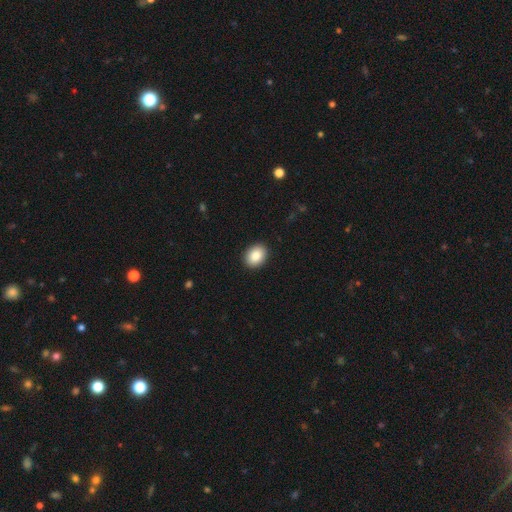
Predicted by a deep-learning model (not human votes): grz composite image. It shows a smooth galaxy with no disk features (87%) that is in between round and cigar-shaped (61%). Merging: none (92%).